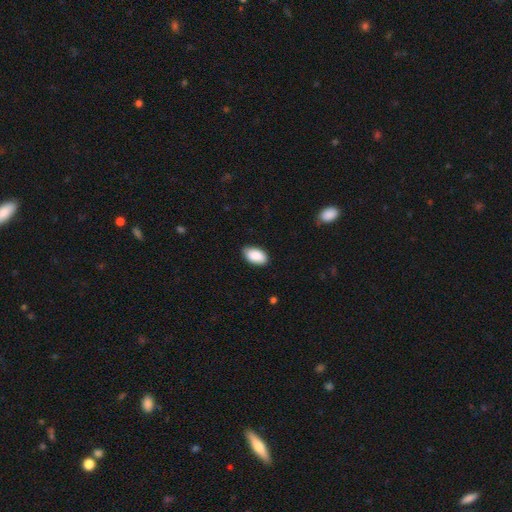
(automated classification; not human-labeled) Morphology: type=smooth (89%); roundness=in between (94%); merging=none (83%).